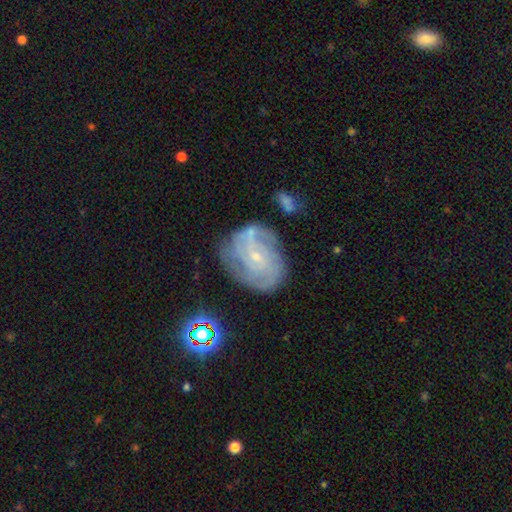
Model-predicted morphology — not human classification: featured or disk 80%, smooth 11%, star or artifact 8%. Down the decision tree: edge-on disk — no (97%); bar — no (59%); spiral arms — yes (92%); spiral arm count — can't tell (35%); spiral winding — tight (56%); bulge size — small (81%); merging — none (62%).